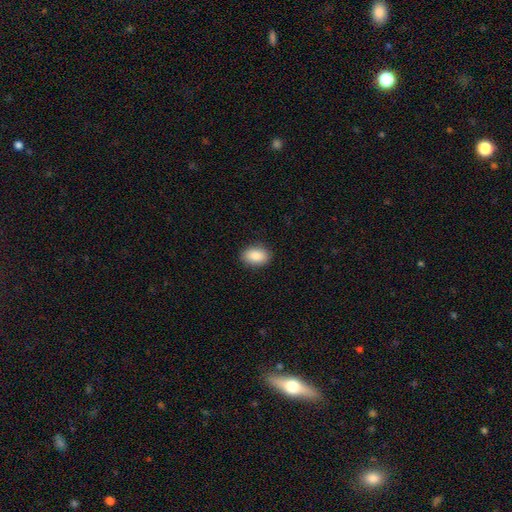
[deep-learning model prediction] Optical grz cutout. It shows a smooth galaxy with no disk features (89%) that is in between round and cigar-shaped (86%). Merging: none (89%).